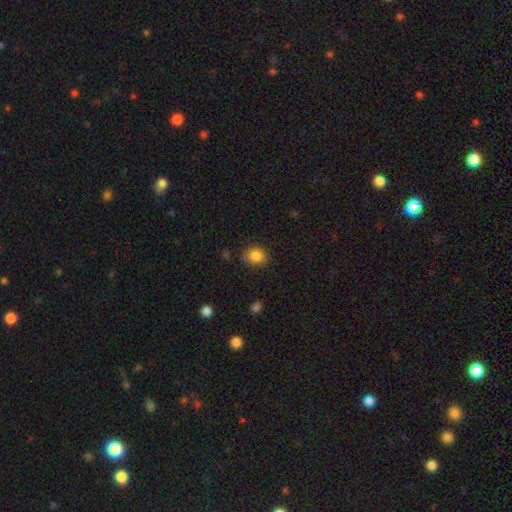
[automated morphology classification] Overall: smooth (86%). How rounded: round (50%; in between 49%). Merging: none (78%).